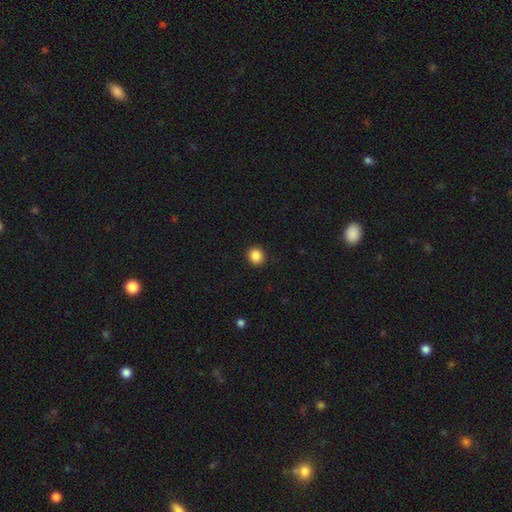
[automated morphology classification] This is clearly a smooth galaxy (87%). How rounded: clearly round (88%). Merging: clearly none (93%).